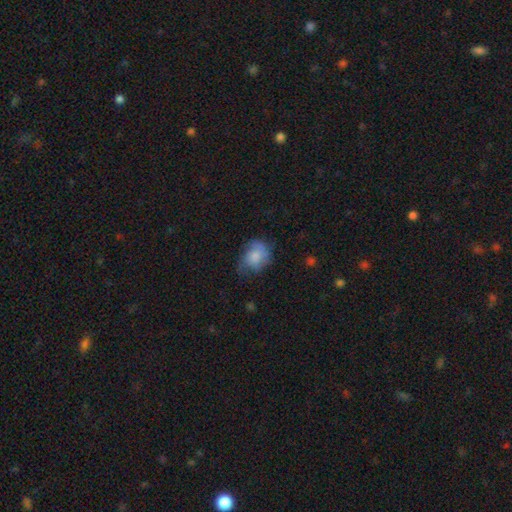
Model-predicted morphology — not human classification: Smooth or featured: smooth — 66% (featured or disk — 25%)
How rounded: in between — 54% (round — 45%)
Merging: none — 45% (minor disturbance — 34%)